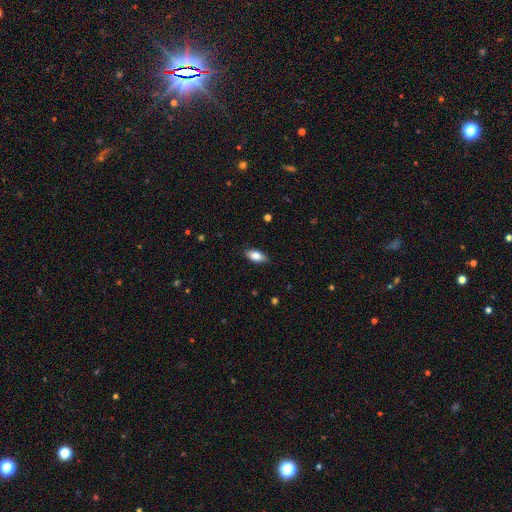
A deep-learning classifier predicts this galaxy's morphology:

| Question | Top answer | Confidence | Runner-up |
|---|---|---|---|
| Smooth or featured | smooth | 81% | featured or disk (13%) |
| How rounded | in between | 87% | cigar-shaped (10%) |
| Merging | none | 87% | minor disturbance (10%) |